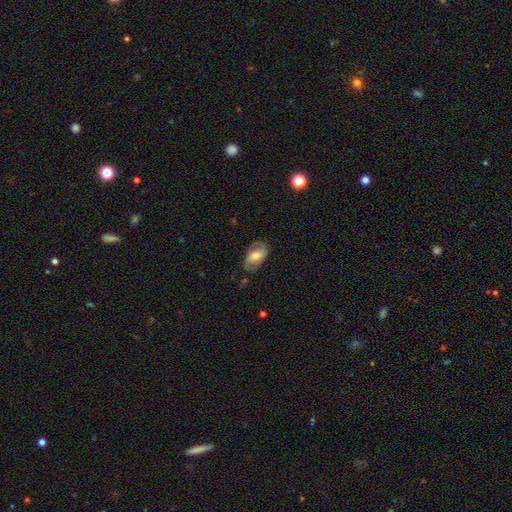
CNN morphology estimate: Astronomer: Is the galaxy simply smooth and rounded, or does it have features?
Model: featured or disk — 60%.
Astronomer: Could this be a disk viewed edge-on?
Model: no — 95%.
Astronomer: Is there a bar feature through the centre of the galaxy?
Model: no — 44% (runner-up: weak, 38%).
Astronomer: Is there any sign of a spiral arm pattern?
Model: yes — 84%.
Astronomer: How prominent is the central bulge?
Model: moderate — 56%.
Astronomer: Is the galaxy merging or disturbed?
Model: none — 69%.